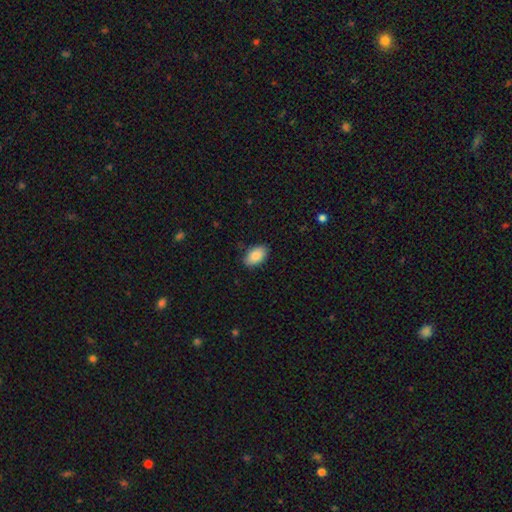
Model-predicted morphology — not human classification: Overall: smooth (87%). How rounded: in between (94%). Merging: none (86%).